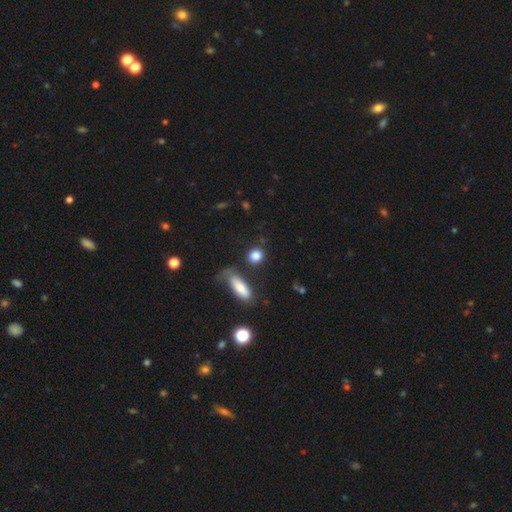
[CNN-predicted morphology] This is clearly a smooth galaxy (84%). How rounded: likely round (73%). Merging: likely none (73%).